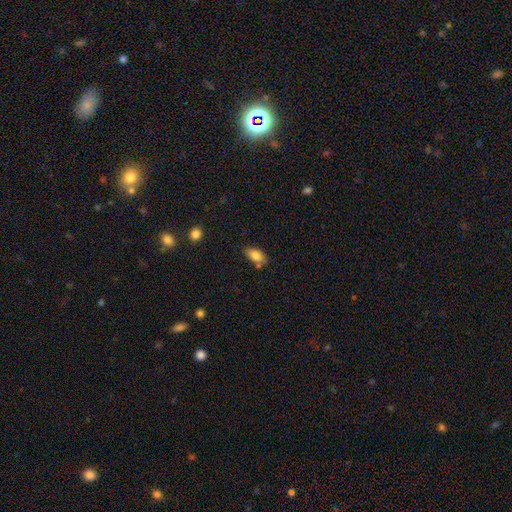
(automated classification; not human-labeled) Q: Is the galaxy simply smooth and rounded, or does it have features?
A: smooth — 82%.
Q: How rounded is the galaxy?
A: in between — 89%.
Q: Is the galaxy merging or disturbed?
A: none — 72%.